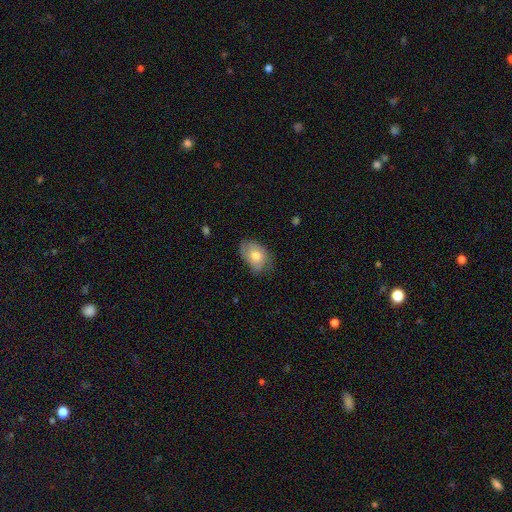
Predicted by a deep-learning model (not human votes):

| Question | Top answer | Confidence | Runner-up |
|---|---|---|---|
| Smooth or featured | smooth | 66% | featured or disk (27%) |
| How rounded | in between | 84% | round (15%) |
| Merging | none | 62% | minor disturbance (29%) |